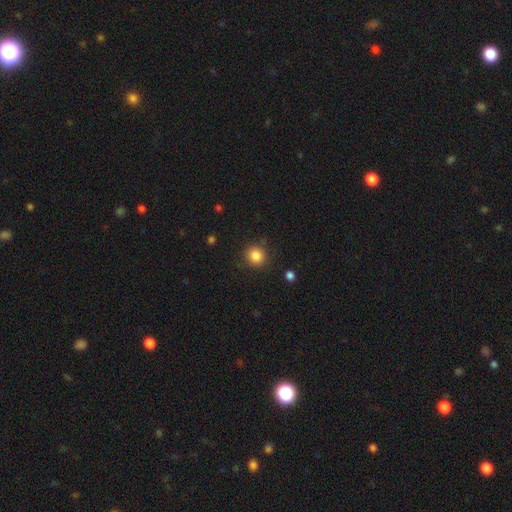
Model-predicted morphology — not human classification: Smooth or featured? Predicted: smooth (p=0.85). How rounded? Predicted: round (p=0.90). Merging? Predicted: none (p=0.87).